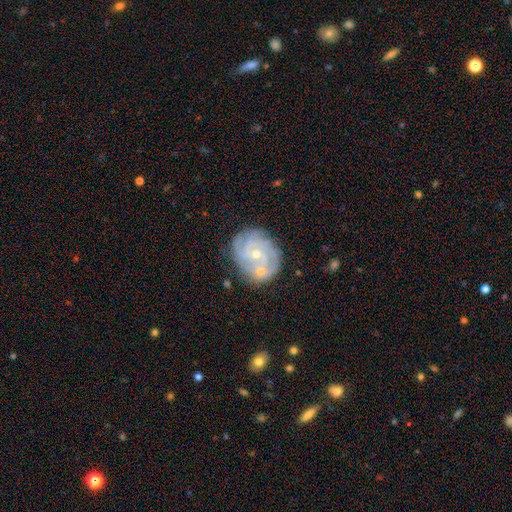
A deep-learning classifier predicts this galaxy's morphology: This appears to be a featured or disk galaxy (75%) with no bar (70%), tight (69%) spiral arms (90%) and a small central bulge (67%). Merging: none (71%).